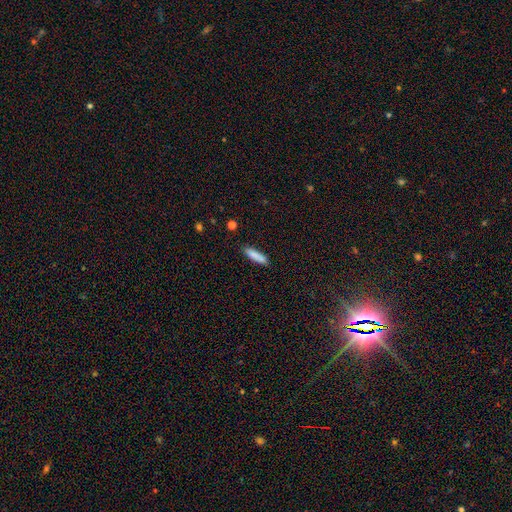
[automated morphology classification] smooth 86%, featured or disk 8%, star or artifact 6%. Down the decision tree: how rounded — cigar-shaped (80%); merging — none (88%).